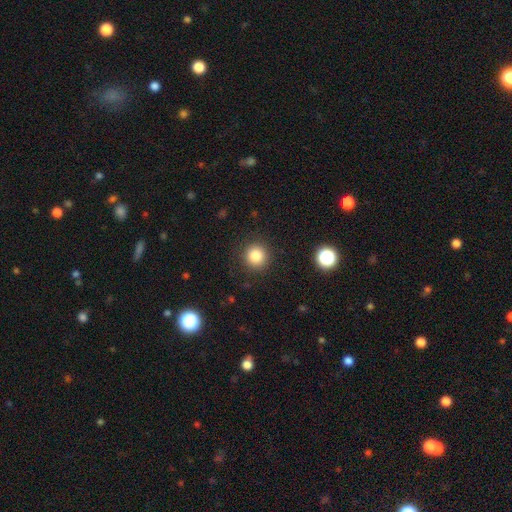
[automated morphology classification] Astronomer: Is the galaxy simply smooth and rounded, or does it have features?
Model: smooth — 84%.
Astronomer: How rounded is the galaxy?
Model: round — 94%.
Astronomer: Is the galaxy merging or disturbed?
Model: none — 90%.